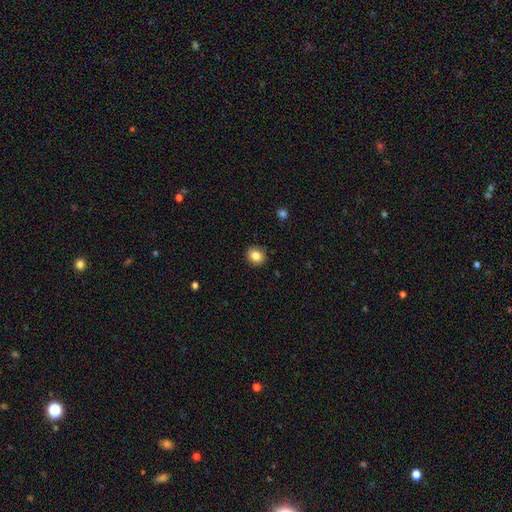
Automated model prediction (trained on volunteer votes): Smooth or featured?
  - smooth: 84% *
  - star or artifact: 10%
  - featured or disk: 6%
How rounded?
  - round: 75% *
  - in between: 25%
  - cigar-shaped: 1%
Merging?
  - none: 90% *
  - minor disturbance: 7%
  - major disturbance: 2%
  - merger: 1%